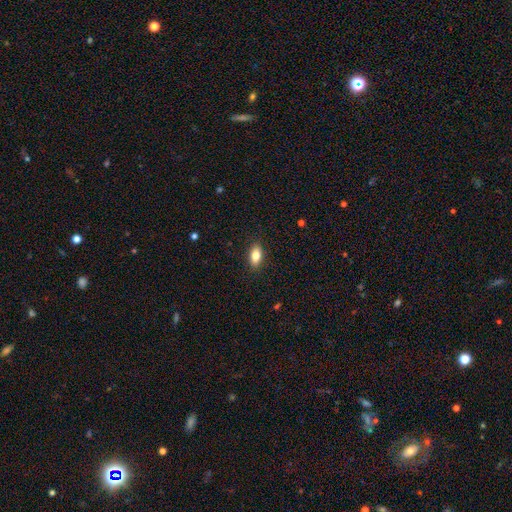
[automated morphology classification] This is clearly a smooth galaxy (81%). How rounded: clearly in between (87%). Merging: clearly none (88%).